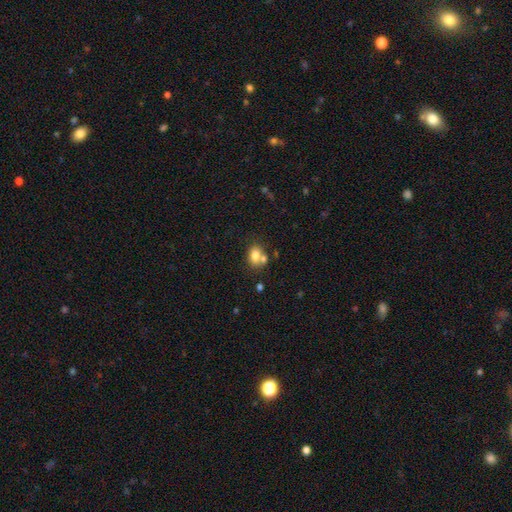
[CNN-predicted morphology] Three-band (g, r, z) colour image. It shows a smooth galaxy with no disk features (78%) that is in between round and cigar-shaped (73%). Merging: none (50%).